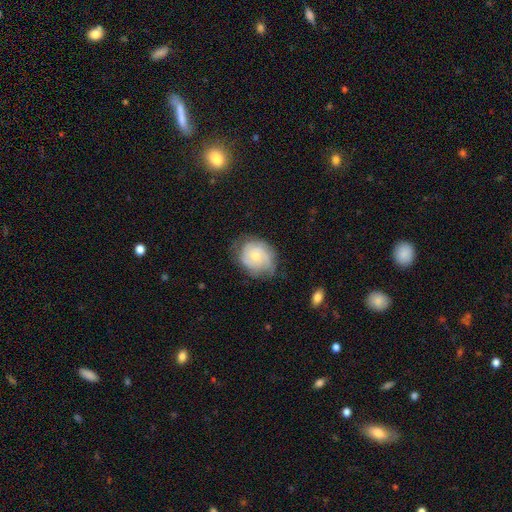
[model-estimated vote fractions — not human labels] This is possibly a featured or disk galaxy (58%). It is clearly not viewed edge-on (97%). Bar: likely no (80%). Spiral arm pattern: clearly yes (81%). Central bulge: possibly small (50%). Merging: likely none (61%).